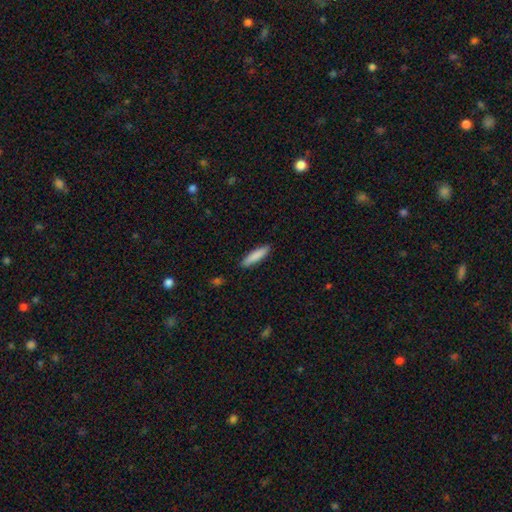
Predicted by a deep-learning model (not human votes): Smooth or featured? smooth (86%)
How rounded? cigar-shaped (82%)
Merging? none (90%)